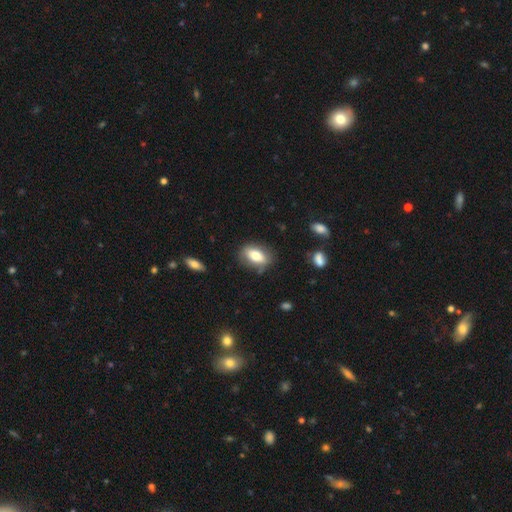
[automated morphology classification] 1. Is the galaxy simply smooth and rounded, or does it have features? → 77% smooth, 16% featured or disk, 7% star or artifact.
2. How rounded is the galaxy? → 86% in between, 9% round, 5% cigar-shaped.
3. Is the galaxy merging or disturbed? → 77% none, 16% minor disturbance, 4% major disturbance, 2% merger.